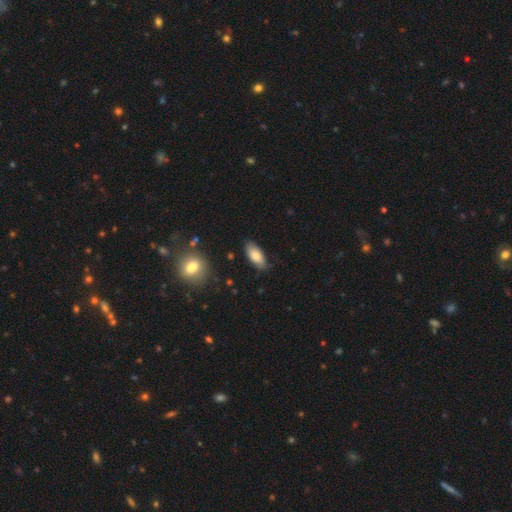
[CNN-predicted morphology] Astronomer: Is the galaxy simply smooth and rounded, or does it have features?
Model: smooth — 82%.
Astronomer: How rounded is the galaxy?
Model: in between — 87%.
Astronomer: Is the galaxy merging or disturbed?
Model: none — 81%.